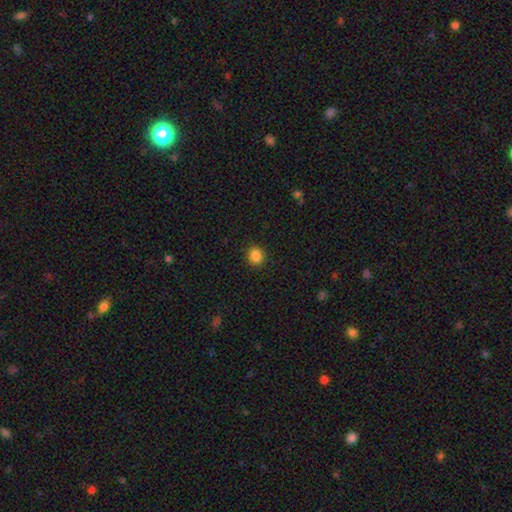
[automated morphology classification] Smooth or featured?
  - smooth: 86% *
  - star or artifact: 11%
  - featured or disk: 3%
How rounded?
  - round: 80% *
  - in between: 19%
  - cigar-shaped: 1%
Merging?
  - none: 90% *
  - minor disturbance: 7%
  - major disturbance: 2%
  - merger: 1%